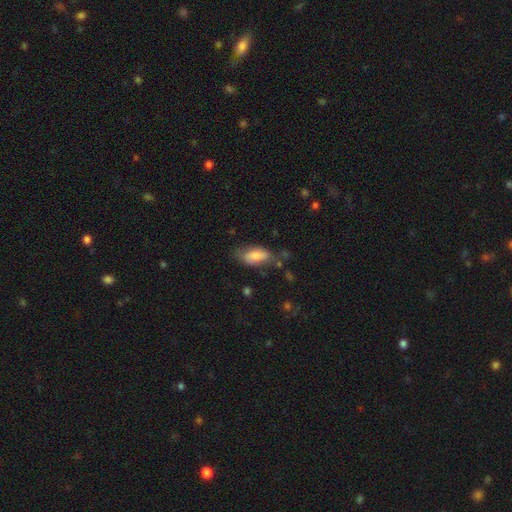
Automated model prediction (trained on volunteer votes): Smooth or featured: smooth — 74% (featured or disk — 19%)
How rounded: in between — 87% (cigar-shaped — 10%)
Merging: none — 56% (minor disturbance — 30%)